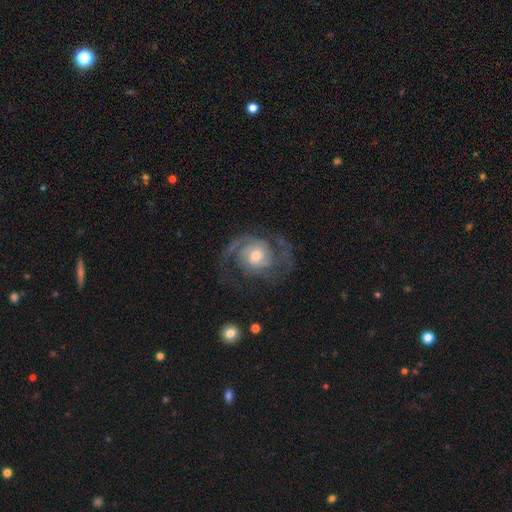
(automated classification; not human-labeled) A featured or disk galaxy (87%) with no bar (65%), 2 (76%) medium (49%) spiral arms (96%) and a moderate central bulge (54%).

Vote fractions:
- Smooth or featured? featured or disk: 87% / smooth: 8% / star or artifact: 5%
- Edge-on disk? no: 98% / yes: 2%
- Bar? no: 65% / weak: 29% / strong: 6%
- Spiral arms? yes: 96% / no: 4%
- Spiral winding? medium: 49% / tight: 32% / loose: 19%
- Spiral arm count? 2: 76% / 3: 8% / can't tell: 7% / 1: 5% / 4: 2% / more than 4: 2%
- Bulge size? moderate: 54% / small: 35% / large: 8% / none: 2% / dominant: 1%
- Merging? none: 66% / major disturbance: 16% / minor disturbance: 16% / merger: 2%